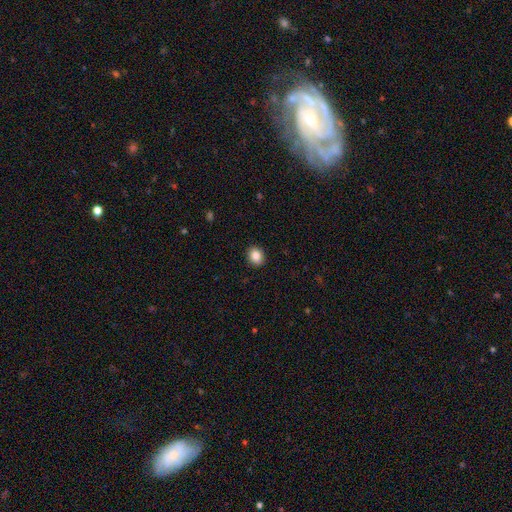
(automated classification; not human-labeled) Smooth or featured? smooth (87%)
How rounded? round (59%)
Merging? none (91%)